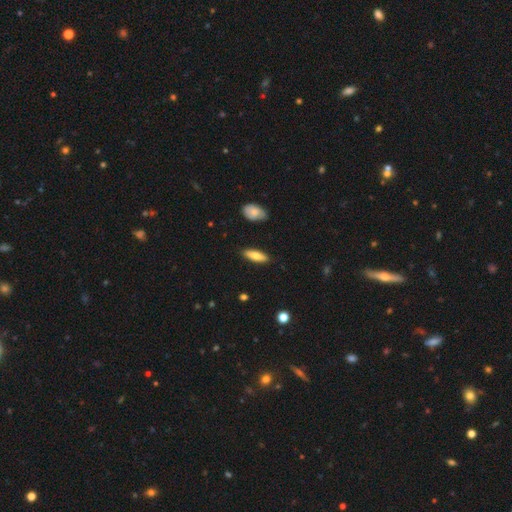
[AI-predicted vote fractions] Q: Smooth or featured?
A: smooth (77%); runner-up: featured or disk (17%)
Q: How rounded?
A: in between (51%); runner-up: cigar-shaped (47%)
Q: Merging?
A: none (87%); runner-up: minor disturbance (10%)